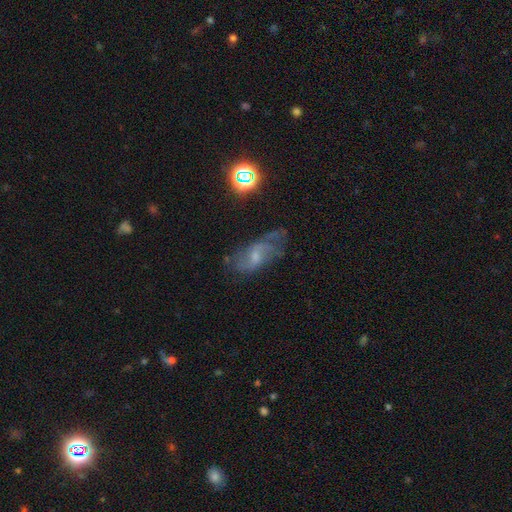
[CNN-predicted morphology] Overall: featured or disk (60%; smooth 27%). Edge-on disk: no (93%). Bar: weak (47%; no 44%). Spiral arms: yes (79%). Bulge size: small (51%; moderate 34%). Merging: none (53%; minor disturbance 27%).